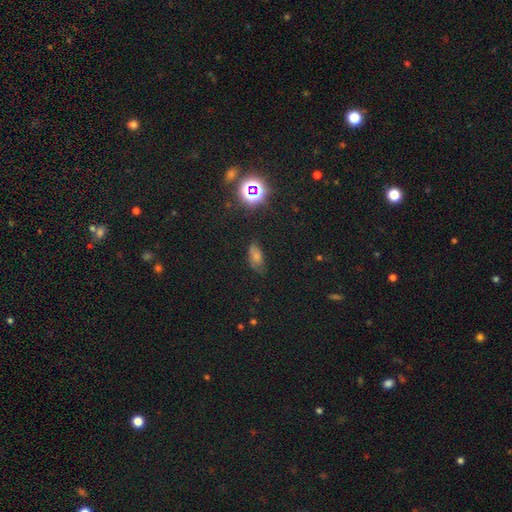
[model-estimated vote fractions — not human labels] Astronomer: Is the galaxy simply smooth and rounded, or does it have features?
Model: smooth — 50% (runner-up: star or artifact, 35%).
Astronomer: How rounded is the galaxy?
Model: in between — 81%.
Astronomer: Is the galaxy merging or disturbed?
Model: none — 70%.